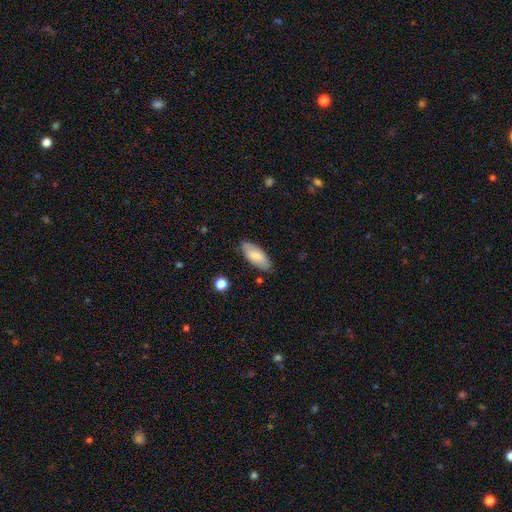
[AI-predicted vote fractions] smooth 75%, featured or disk 19%, star or artifact 6%. Down the decision tree: how rounded — in between (83%); merging — none (81%).